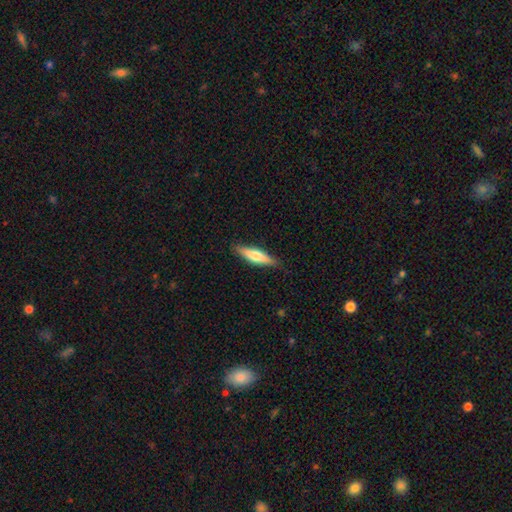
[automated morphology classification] smooth 61%, featured or disk 34%, star or artifact 6%. Down the decision tree: how rounded — cigar-shaped (69%); merging — none (85%).